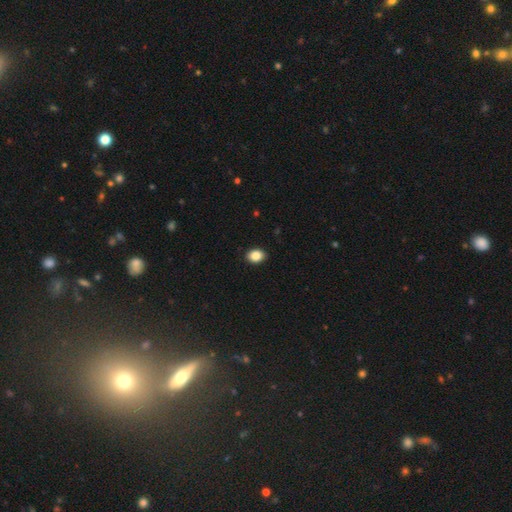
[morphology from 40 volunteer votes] A smooth galaxy with no disk features (95%) that is in between round and cigar-shaped (61%).

Vote fractions:
- Smooth or featured? smooth: 95% / star or artifact: 5% / featured or disk: 0%
- How rounded? in between: 61% / round: 39% / cigar-shaped: 0%
- Merging? none: 92% / minor disturbance: 8% / major disturbance: 0% / merger: 0%